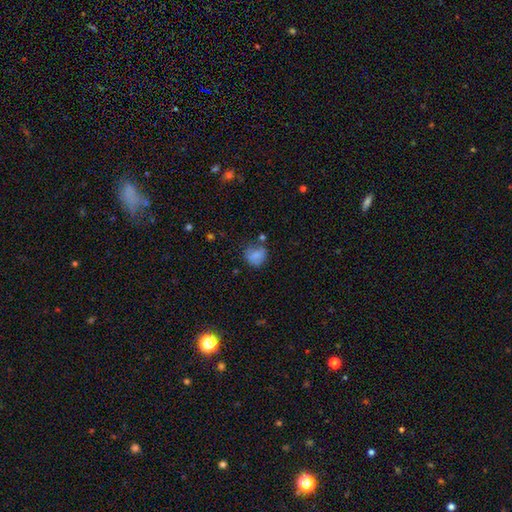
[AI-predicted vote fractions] Morphology: type=smooth (75%); roundness=round (66%); merging=none (55%).